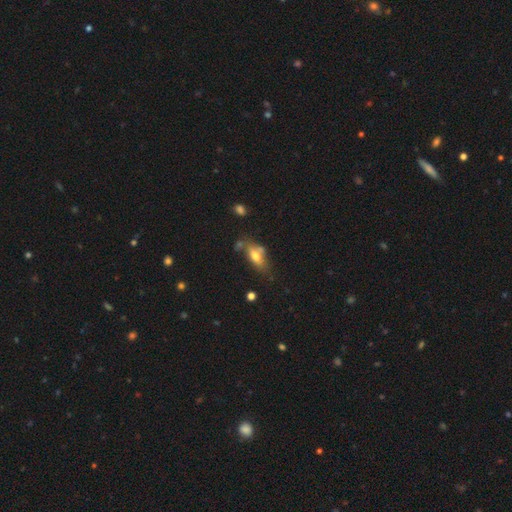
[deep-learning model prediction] Smooth or featured?
  - smooth: 62% *
  - featured or disk: 29%
  - star or artifact: 9%
How rounded?
  - in between: 77% *
  - cigar-shaped: 19%
  - round: 4%
Merging?
  - none: 48% *
  - minor disturbance: 23%
  - merger: 19%
  - major disturbance: 11%